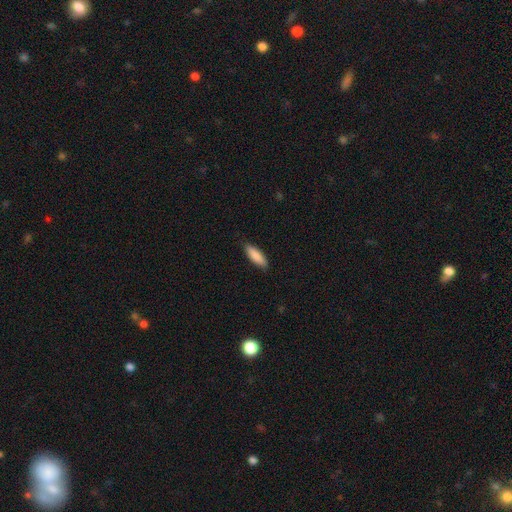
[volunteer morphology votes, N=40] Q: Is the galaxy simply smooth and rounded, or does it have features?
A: smooth — 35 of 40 (88%).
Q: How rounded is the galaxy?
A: cigar-shaped — 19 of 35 (54%).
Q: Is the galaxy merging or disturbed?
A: none — 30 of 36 (83%).